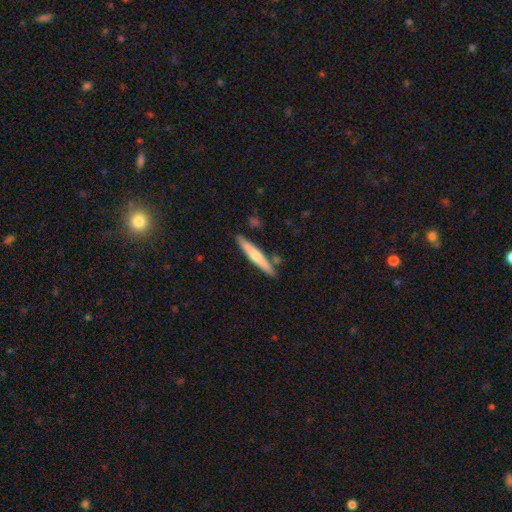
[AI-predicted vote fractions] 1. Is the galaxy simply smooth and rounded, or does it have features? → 50% smooth, 45% featured or disk, 5% star or artifact.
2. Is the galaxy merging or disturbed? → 84% none, 10% minor disturbance, 5% merger, 2% major disturbance.